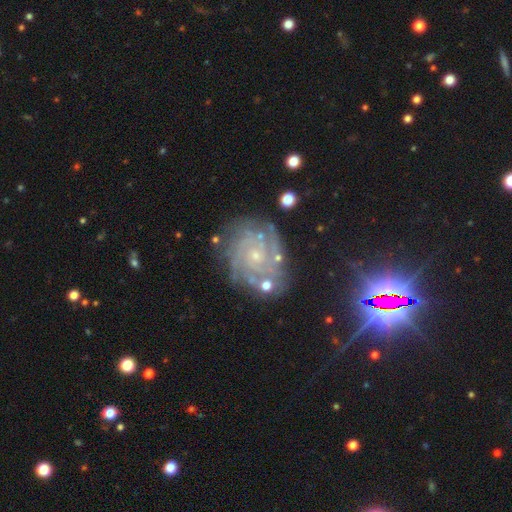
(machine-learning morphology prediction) This appears to be a featured or disk galaxy (82%) with no bar (79%), tight (73%) spiral arms (95%) and a small central bulge (80%). Merging: none (70%).